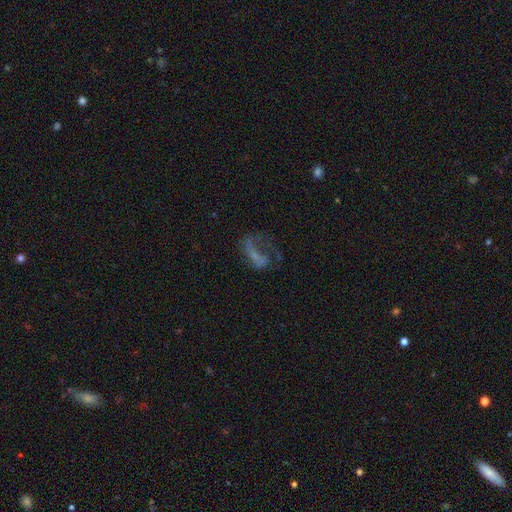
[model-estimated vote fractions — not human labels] Smooth or featured?
  - featured or disk: 58% *
  - smooth: 26%
  - star or artifact: 15%
Edge-on disk?
  - no: 96% *
  - yes: 4%
Bar?
  - no: 63% *
  - weak: 26%
  - strong: 11%
Spiral arms?
  - yes: 51% *
  - no: 49%
Bulge size?
  - none: 58% *
  - small: 29%
  - moderate: 9%
  - large: 2%
  - dominant: 1%
Merging?
  - major disturbance: 50% *
  - none: 30%
  - minor disturbance: 15%
  - merger: 5%